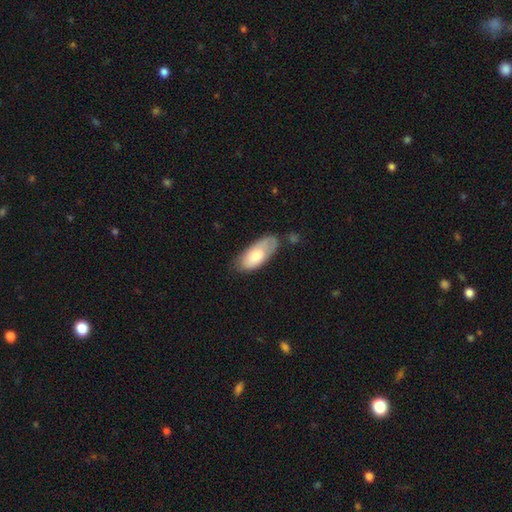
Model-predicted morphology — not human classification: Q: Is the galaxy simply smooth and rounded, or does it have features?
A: smooth — 67%.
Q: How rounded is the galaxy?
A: in between — 88%.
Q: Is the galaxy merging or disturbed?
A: none — 56%.